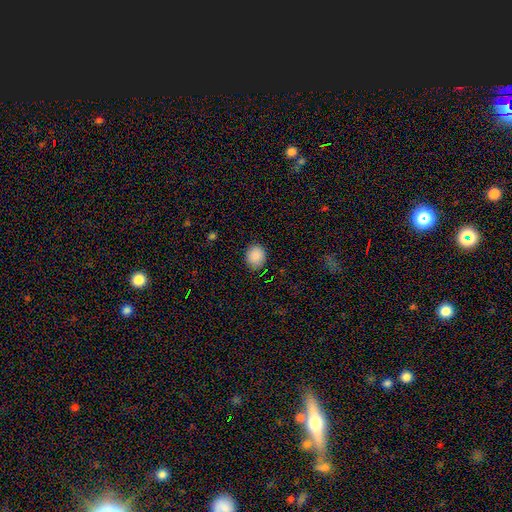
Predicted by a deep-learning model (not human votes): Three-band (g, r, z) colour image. It shows a smooth galaxy with no disk features (89%) that is round (67%). Merging: none (88%).